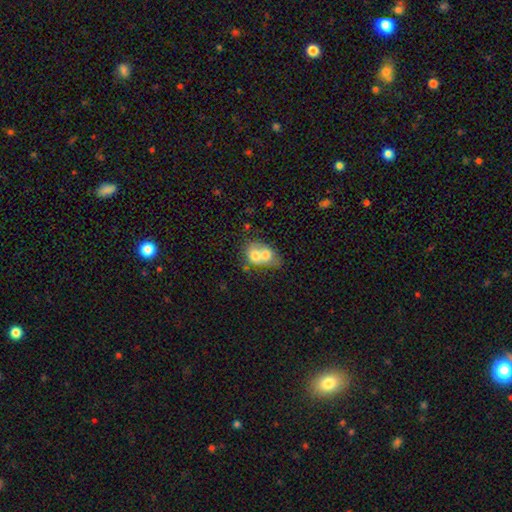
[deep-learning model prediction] Overall: smooth (65%; featured or disk 27%). How rounded: in between (52%; round 47%). Merging: merger (74%).